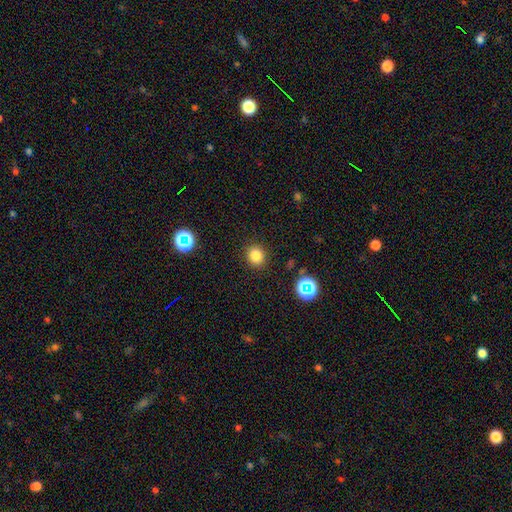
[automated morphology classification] This is clearly a smooth galaxy (81%). How rounded: likely round (78%). Merging: clearly none (89%).